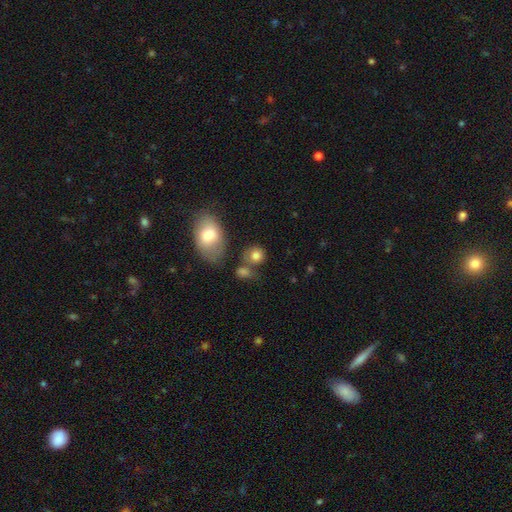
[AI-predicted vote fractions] smooth 83%, star or artifact 9%, featured or disk 8%. Down the decision tree: how rounded — round (76%); merging — none (62%).